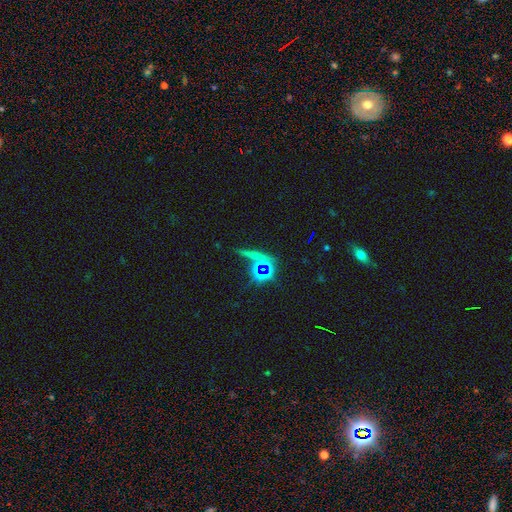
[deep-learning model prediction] Morphology: type=star or artifact (56%).